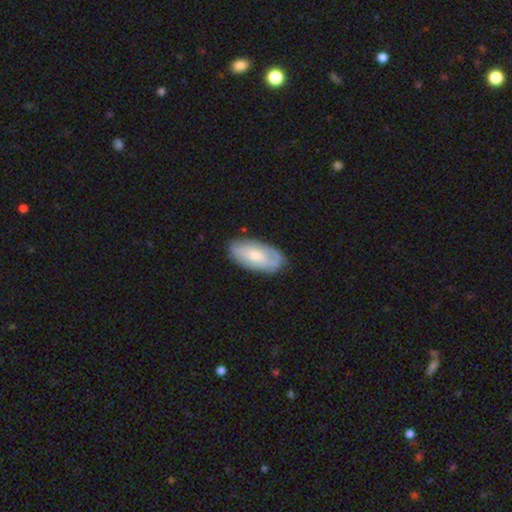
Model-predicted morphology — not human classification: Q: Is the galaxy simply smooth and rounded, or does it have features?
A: smooth — 54%.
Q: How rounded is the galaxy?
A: in between — 92%.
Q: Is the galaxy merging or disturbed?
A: none — 75%.